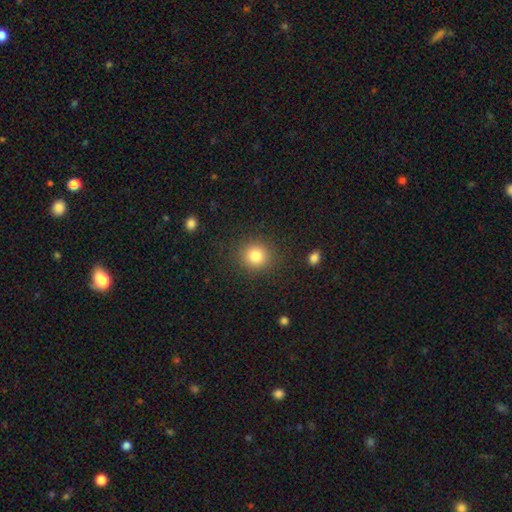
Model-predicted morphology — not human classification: Q: Smooth or featured?
A: smooth (82%); runner-up: star or artifact (11%)
Q: How rounded?
A: round (88%); runner-up: in between (11%)
Q: Merging?
A: none (88%); runner-up: minor disturbance (7%)